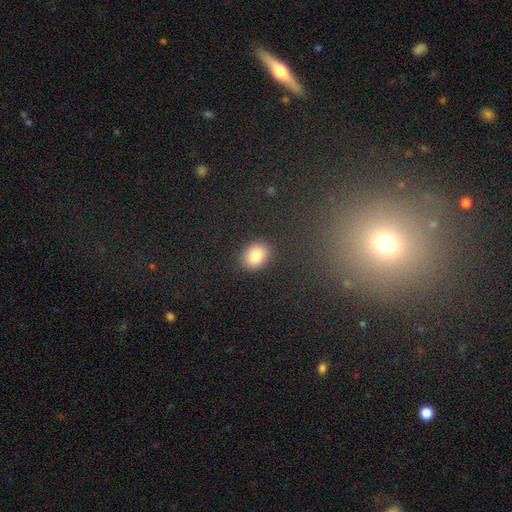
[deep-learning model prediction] Smooth or featured? Predicted: smooth (p=0.84). How rounded? Predicted: in between (p=0.53). Merging? Predicted: none (p=0.87).